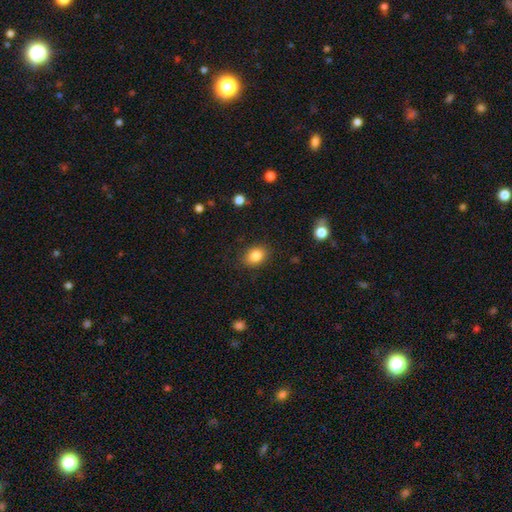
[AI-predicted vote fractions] Q: Smooth or featured?
A: smooth (85%); runner-up: star or artifact (9%)
Q: How rounded?
A: in between (67%); runner-up: round (32%)
Q: Merging?
A: none (86%); runner-up: minor disturbance (10%)